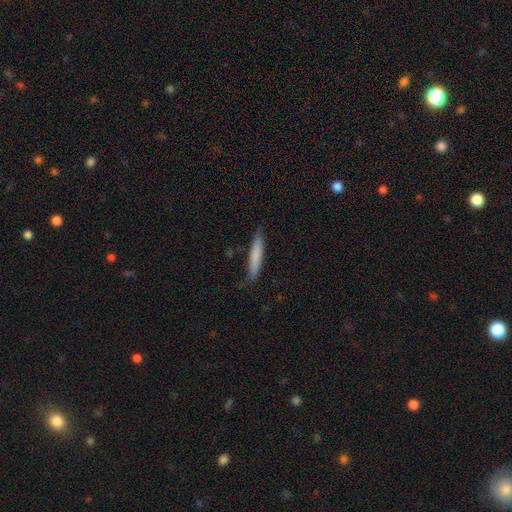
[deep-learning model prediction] smooth 75%, featured or disk 20%, star or artifact 6%. Down the decision tree: how rounded — cigar-shaped (93%); merging — none (82%).